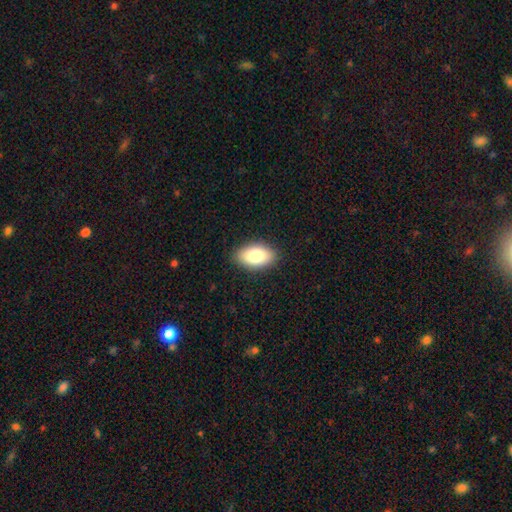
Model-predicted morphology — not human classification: smooth 83%, featured or disk 10%, star or artifact 7%. Down the decision tree: how rounded — in between (93%); merging — none (88%).